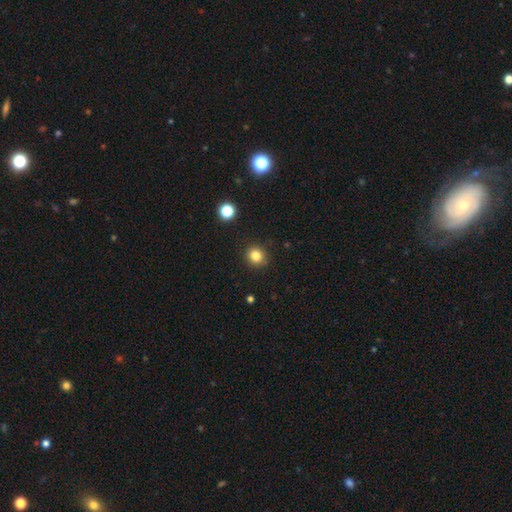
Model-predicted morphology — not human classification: smooth-or-featured: smooth: 83% | star or artifact: 12% | featured or disk: 5%
  how-rounded: round: 86% | in between: 13% | cigar-shaped: 1%
  merging: none: 90% | minor disturbance: 7% | major disturbance: 2% | merger: 1%